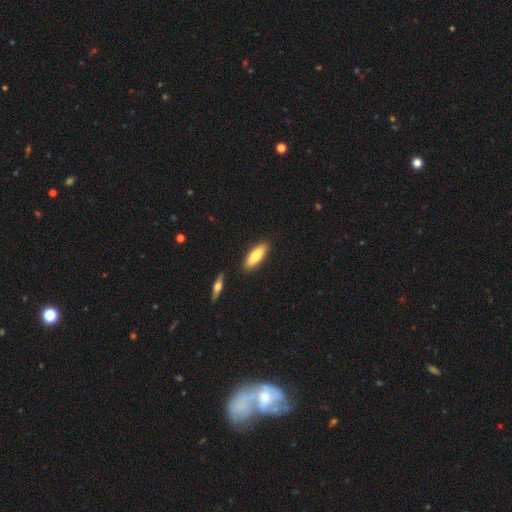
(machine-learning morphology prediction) smooth-or-featured: smooth: 78% | featured or disk: 16% | star or artifact: 6%
  how-rounded: in between: 63% | cigar-shaped: 35% | round: 2%
  merging: none: 86% | minor disturbance: 9% | merger: 3% | major disturbance: 2%